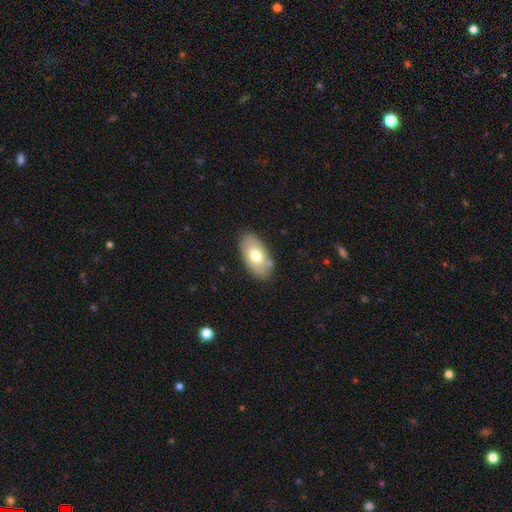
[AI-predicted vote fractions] The model was most divided on "smooth or featured": smooth: 70%, featured or disk: 24%, star or artifact: 6%. More confident: how rounded — in between (94%); merging — none (81%).